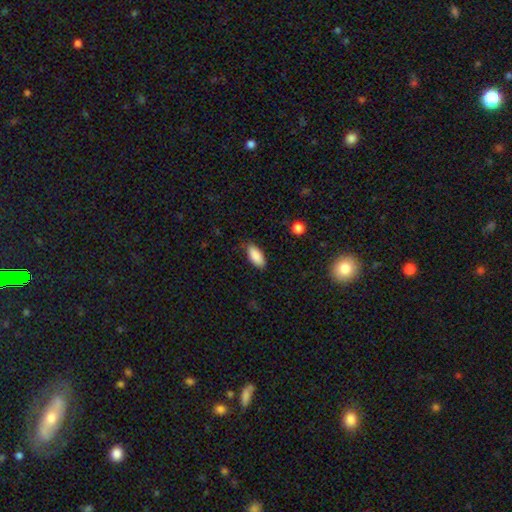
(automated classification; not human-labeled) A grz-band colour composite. It shows a smooth galaxy with no disk features (88%) that is in between round and cigar-shaped (90%). Merging: none (79%).